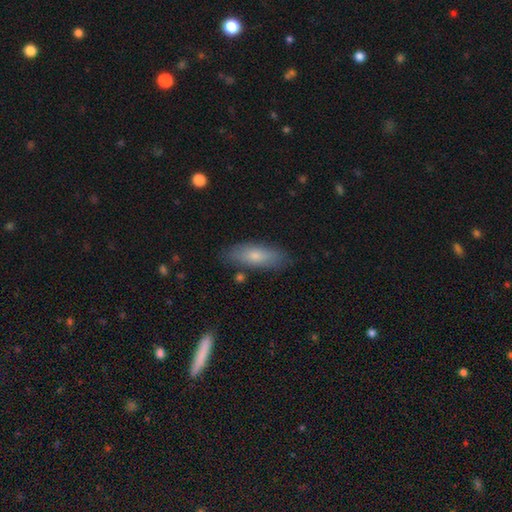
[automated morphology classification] Overall: smooth (72%). How rounded: in between (59%; cigar-shaped 39%). Merging: none (82%).